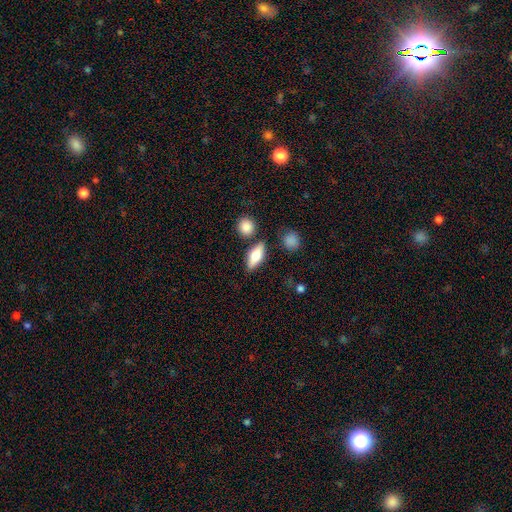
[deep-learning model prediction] Overall: smooth (67%). How rounded: in between (68%). Merging: none (80%).